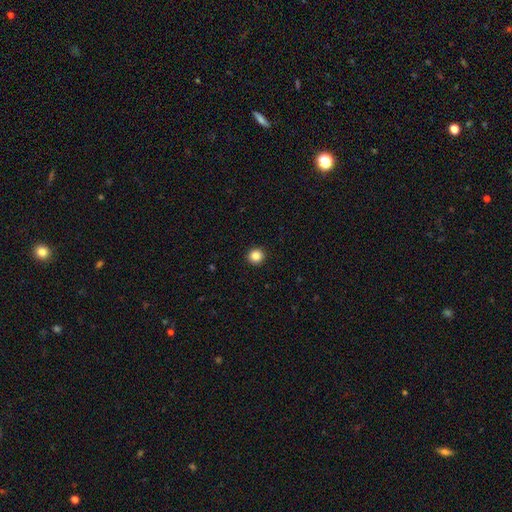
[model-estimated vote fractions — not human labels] Morphology: type=smooth (85%); roundness=round (94%); merging=none (94%).